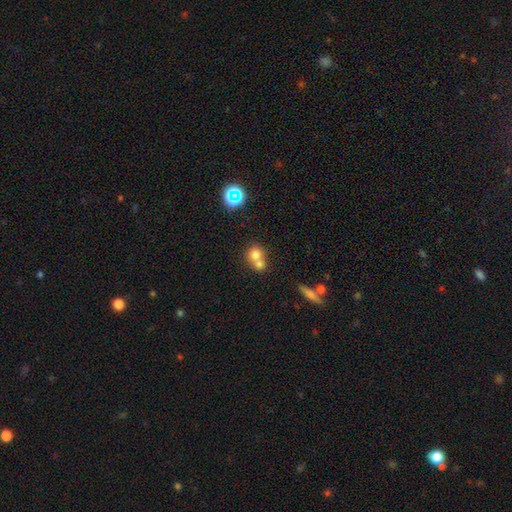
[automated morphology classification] type=smooth (72%); roundness=round (82%); merging=merger (60%).